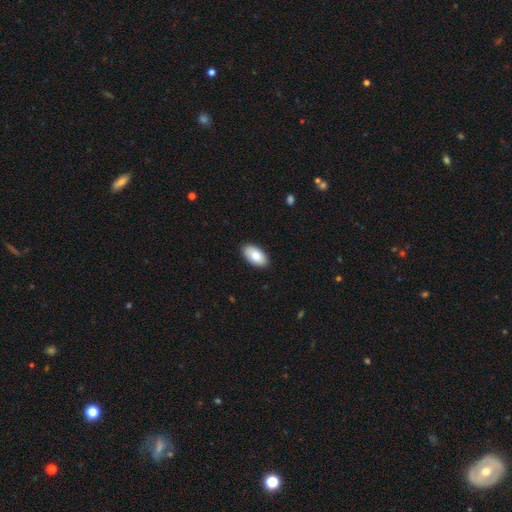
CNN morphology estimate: Smooth or featured? Predicted: smooth (p=0.79). How rounded? Predicted: in between (p=0.95). Merging? Predicted: none (p=0.90).